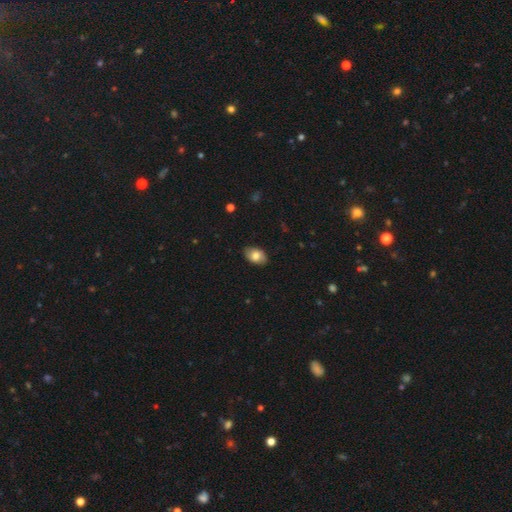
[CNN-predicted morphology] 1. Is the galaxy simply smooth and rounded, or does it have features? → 80% smooth, 13% featured or disk, 7% star or artifact.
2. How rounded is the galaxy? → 88% in between, 11% round, 1% cigar-shaped.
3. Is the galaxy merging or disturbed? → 85% none, 12% minor disturbance, 2% major disturbance, 1% merger.